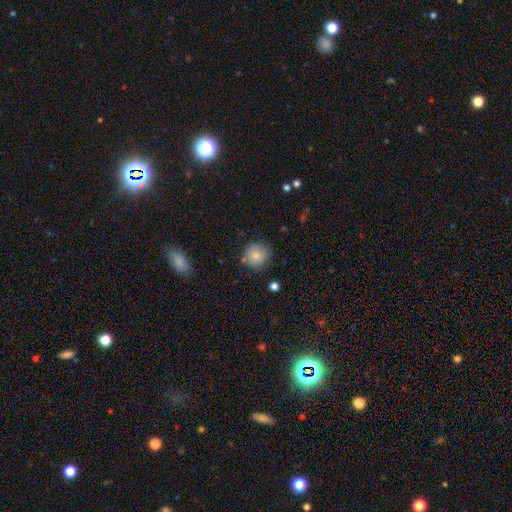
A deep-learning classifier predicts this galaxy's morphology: Smooth or featured? smooth (81%)
How rounded? round (90%)
Merging? none (80%)